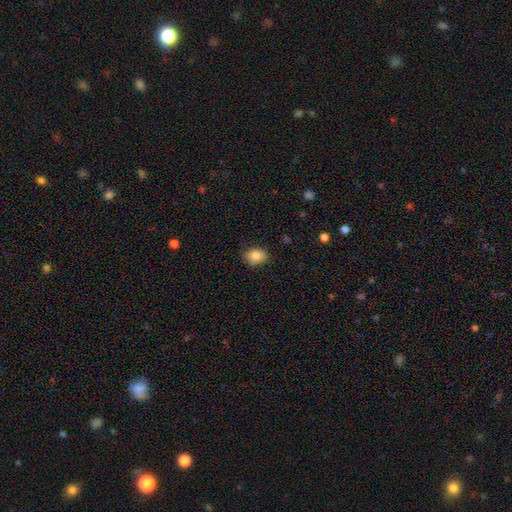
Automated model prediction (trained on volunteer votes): smooth_or_featured: smooth (p=0.84) [alt: star or artifact p=0.09]
how_rounded: in between (p=0.71) [alt: round p=0.28]
merging: none (p=0.85) [alt: minor disturbance p=0.12]